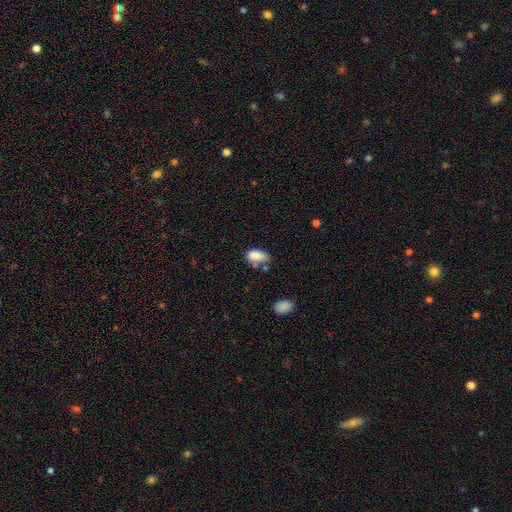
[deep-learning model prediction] Smooth or featured?
  - smooth: 85% *
  - star or artifact: 8%
  - featured or disk: 6%
How rounded?
  - in between: 91% *
  - round: 6%
  - cigar-shaped: 3%
Merging?
  - none: 49% *
  - minor disturbance: 32%
  - merger: 10%
  - major disturbance: 9%